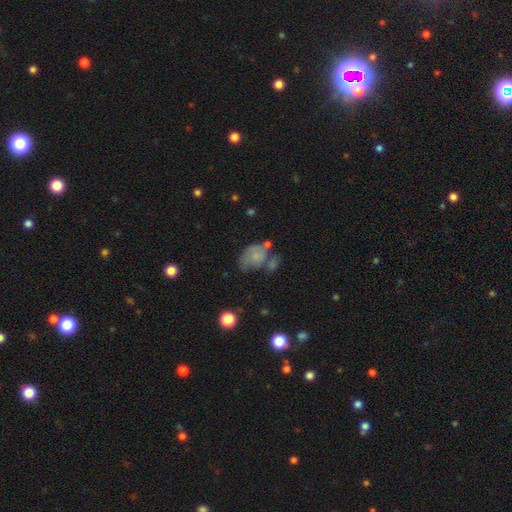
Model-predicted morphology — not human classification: Overall: smooth (64%; featured or disk 26%). How rounded: in between (70%). Merging: none (30%; minor disturbance 26%).